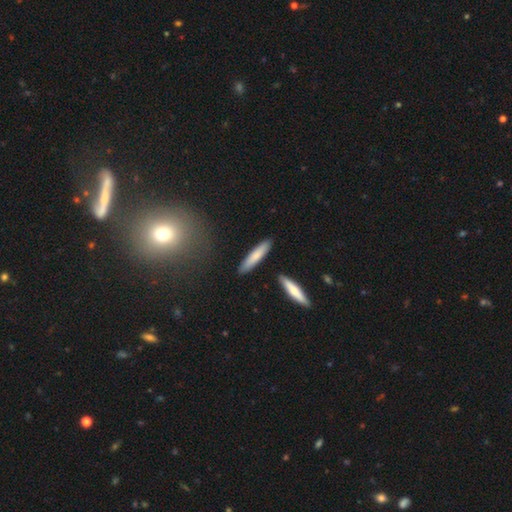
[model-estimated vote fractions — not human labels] A smooth galaxy with no disk features (77%) that is cigar-shaped (85%).

Vote fractions:
- Smooth or featured? smooth: 77% / featured or disk: 17% / star or artifact: 5%
- How rounded? cigar-shaped: 85% / in between: 14% / round: 1%
- Merging? none: 87% / minor disturbance: 8% / merger: 3% / major disturbance: 2%